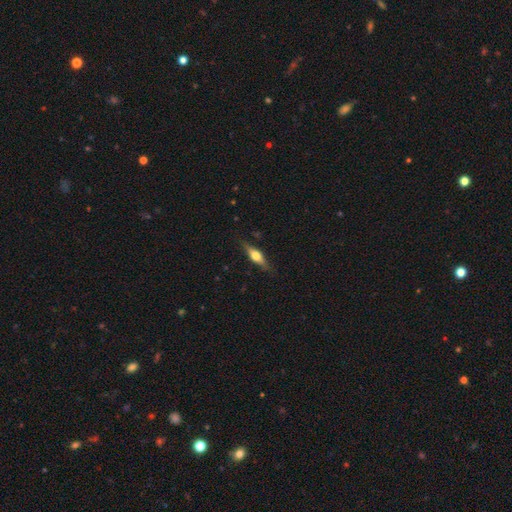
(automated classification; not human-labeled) A featured or disk galaxy (52%) viewed edge-on (93%). Merging: none (83%).